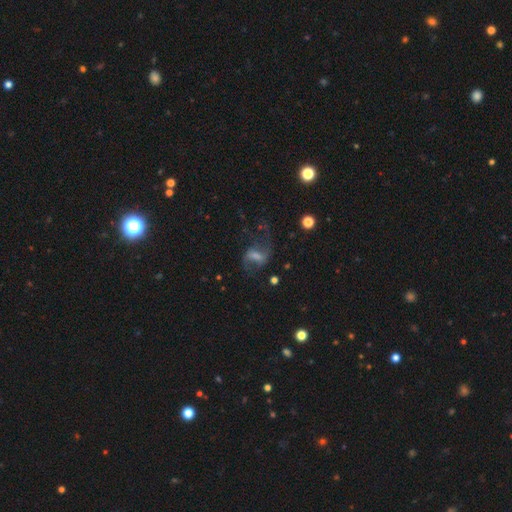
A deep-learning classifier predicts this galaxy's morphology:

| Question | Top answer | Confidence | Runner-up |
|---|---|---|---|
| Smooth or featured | featured or disk | 67% | smooth (18%) |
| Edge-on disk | no | 95% | yes (5%) |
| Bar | weak | 49% | strong (29%) |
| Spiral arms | yes | 89% | no (11%) |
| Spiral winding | loose | 63% | medium (31%) |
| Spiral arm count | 2 | 86% | can't tell (6%) |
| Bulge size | small | 33% | tied: moderate (33%) |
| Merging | none | 60% | major disturbance (21%) |